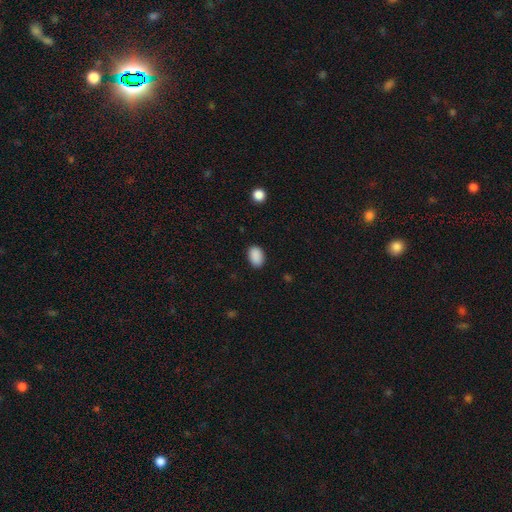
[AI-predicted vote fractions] Smooth or featured: smooth — 90% (star or artifact — 8%)
How rounded: in between — 87% (round — 12%)
Merging: none — 87% (minor disturbance — 10%)